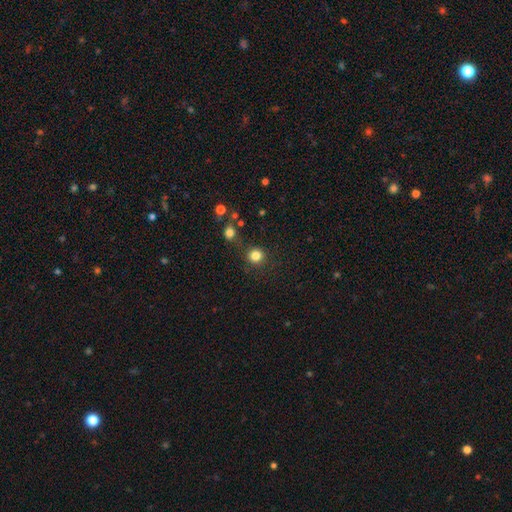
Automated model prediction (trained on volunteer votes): Overall: smooth (82%). How rounded: round (92%). Merging: none (83%).